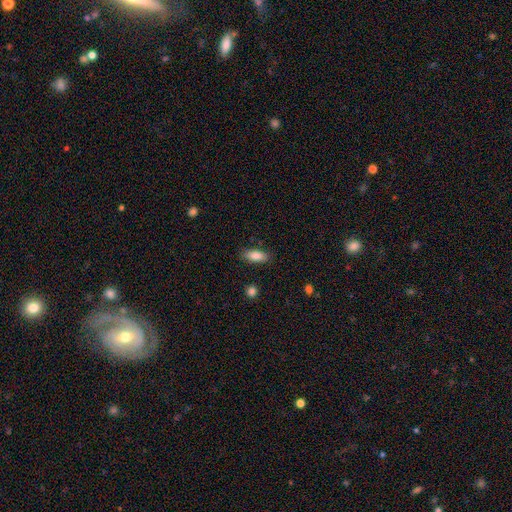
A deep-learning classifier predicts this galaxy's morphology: smooth_or_featured: smooth (p=0.85) [alt: featured or disk p=0.08]
how_rounded: in between (p=0.78) [alt: cigar-shaped p=0.20]
merging: none (p=0.86) [alt: minor disturbance p=0.10]